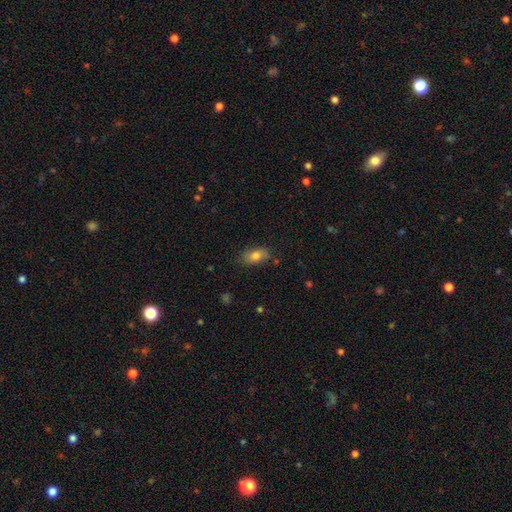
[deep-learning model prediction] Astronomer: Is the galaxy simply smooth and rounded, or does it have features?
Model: smooth — 78%.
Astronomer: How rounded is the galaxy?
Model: in between — 87%.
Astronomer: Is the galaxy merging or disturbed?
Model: none — 77%.